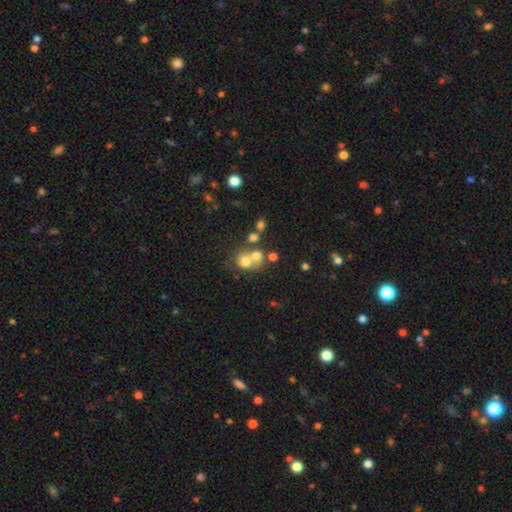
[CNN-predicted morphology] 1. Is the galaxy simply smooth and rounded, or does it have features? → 66% smooth, 18% featured or disk, 16% star or artifact.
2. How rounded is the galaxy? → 77% round, 22% in between, 1% cigar-shaped.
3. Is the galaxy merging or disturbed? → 54% merger, 35% none, 7% minor disturbance, 5% major disturbance.